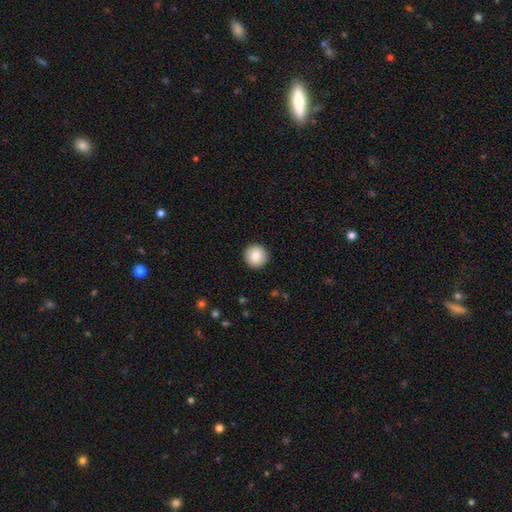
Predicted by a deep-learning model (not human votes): smooth-or-featured: smooth: 86% | star or artifact: 8% | featured or disk: 6%
  how-rounded: round: 95% | in between: 4% | cigar-shaped: 1%
  merging: none: 92% | minor disturbance: 5% | major disturbance: 2% | merger: 1%